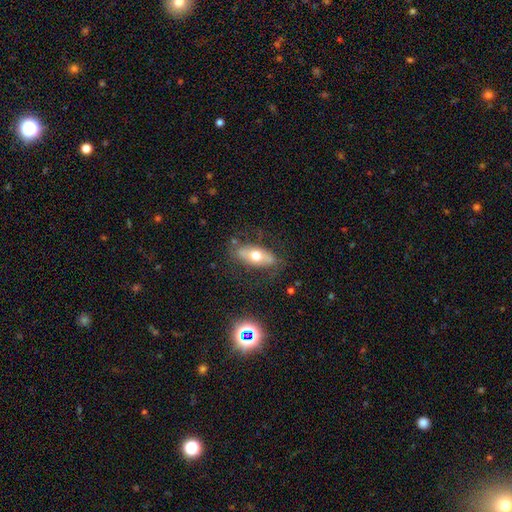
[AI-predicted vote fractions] smooth-or-featured: smooth: 54% | featured or disk: 38% | star or artifact: 7%
  how-rounded: in between: 80% | cigar-shaped: 15% | round: 5%
  merging: none: 74% | minor disturbance: 16% | major disturbance: 7% | merger: 2%